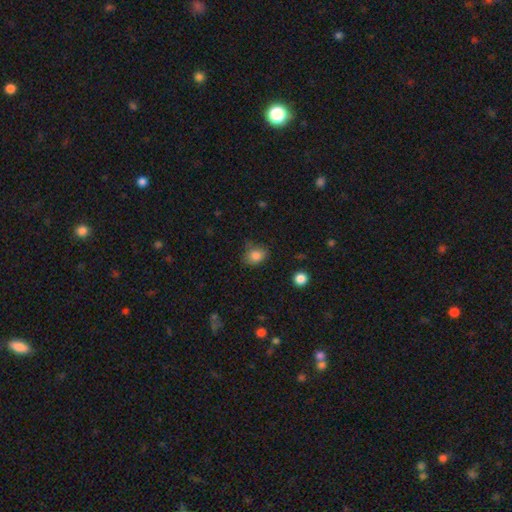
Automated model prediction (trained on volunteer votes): Smooth or featured? Predicted: smooth (p=0.83). How rounded? Predicted: in between (p=0.51). Merging? Predicted: none (p=0.71).